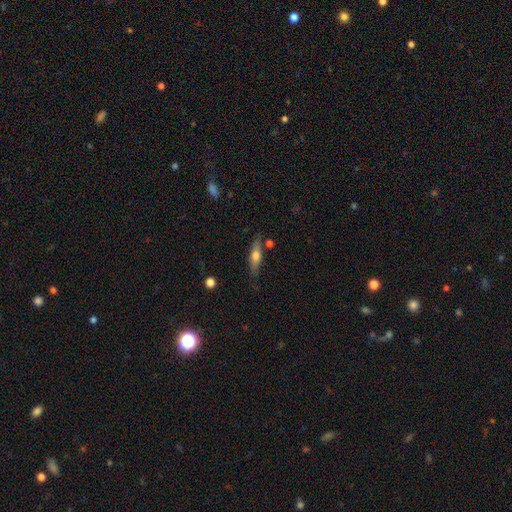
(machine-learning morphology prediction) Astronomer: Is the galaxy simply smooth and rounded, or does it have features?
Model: smooth — 50% (runner-up: featured or disk, 43%).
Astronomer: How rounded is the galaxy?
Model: cigar-shaped — 65%.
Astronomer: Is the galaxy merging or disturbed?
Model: none — 78%.